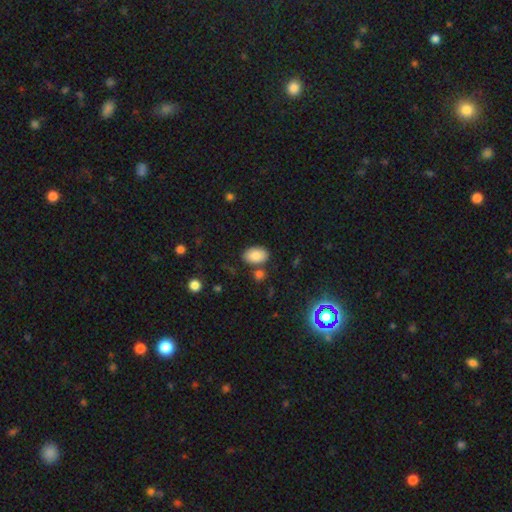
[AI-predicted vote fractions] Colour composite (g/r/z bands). It shows a smooth galaxy with no disk features (85%) that is in between round and cigar-shaped (91%). Merging: none (77%).